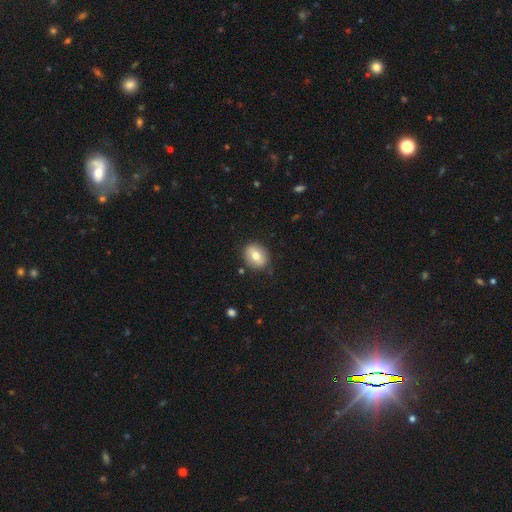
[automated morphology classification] This is likely a smooth galaxy (68%). How rounded: possibly in between (50%). Merging: clearly none (84%).